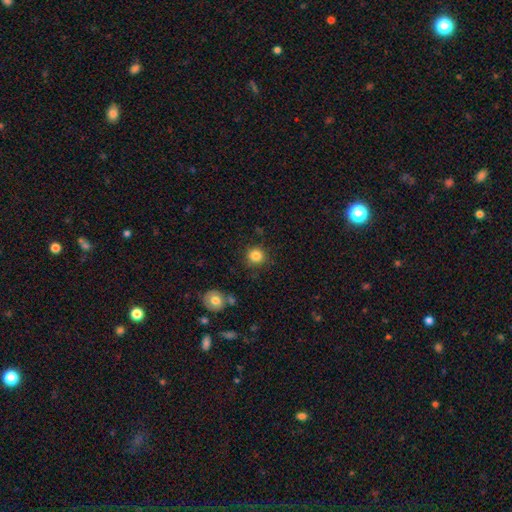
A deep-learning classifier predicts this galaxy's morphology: The model was most divided on "smooth or featured": smooth: 85%, star or artifact: 11%, featured or disk: 5%. More confident: how rounded — round (91%); merging — none (86%).